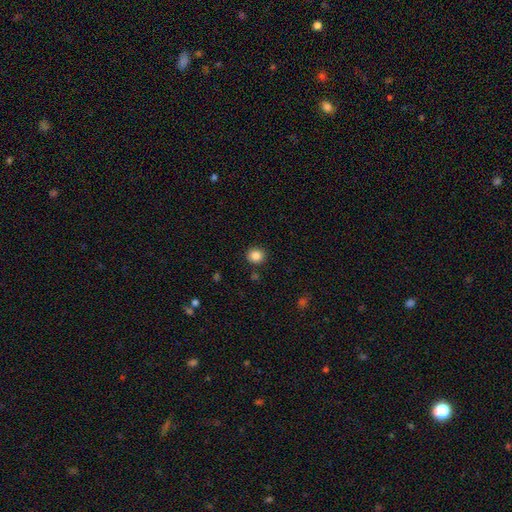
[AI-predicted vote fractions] This appears to be a smooth galaxy with no disk features (85%) that is round (85%). Merging: none (89%).